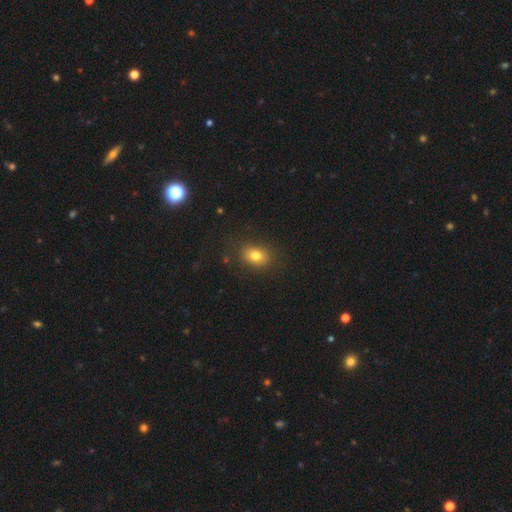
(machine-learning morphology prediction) smooth_or_featured: smooth (p=0.78) [alt: star or artifact p=0.12]
how_rounded: in between (p=0.63) [alt: round p=0.36]
merging: none (p=0.82) [alt: minor disturbance p=0.12]